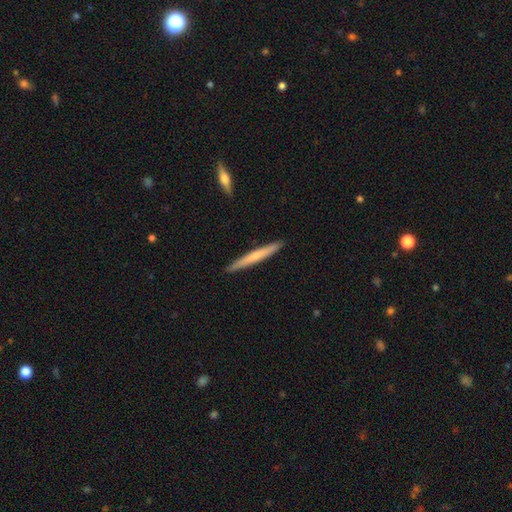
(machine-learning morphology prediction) Smooth or featured: smooth — 55% (featured or disk — 40%)
How rounded: cigar-shaped — 97% (in between — 2%)
Merging: none — 92% (minor disturbance — 6%)